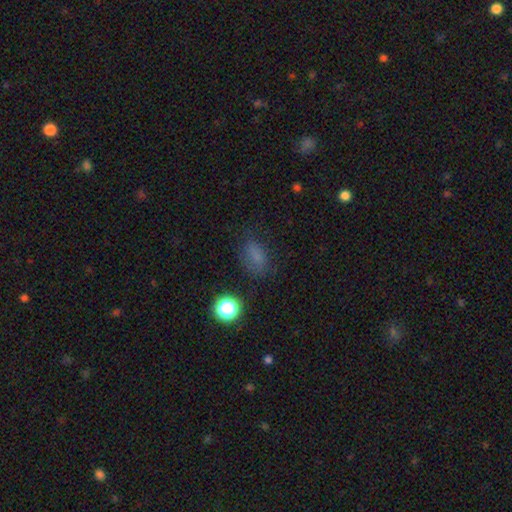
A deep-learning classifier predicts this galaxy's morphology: Smooth or featured? smooth (70%)
How rounded? in between (77%)
Merging? none (68%)